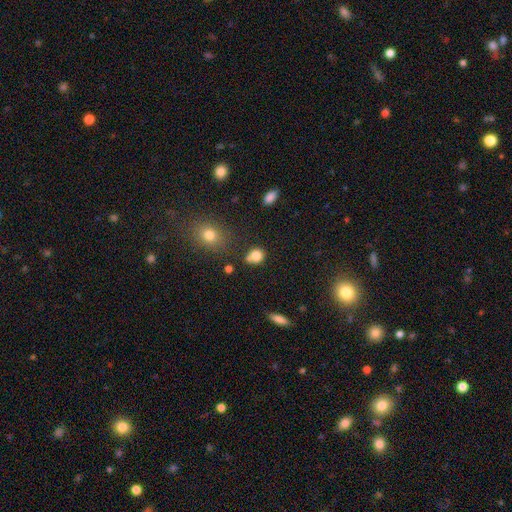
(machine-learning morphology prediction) smooth-or-featured: smooth: 81% | star or artifact: 12% | featured or disk: 7%
  how-rounded: round: 72% | in between: 27% | cigar-shaped: 1%
  merging: none: 56% | merger: 21% | minor disturbance: 17% | major disturbance: 6%